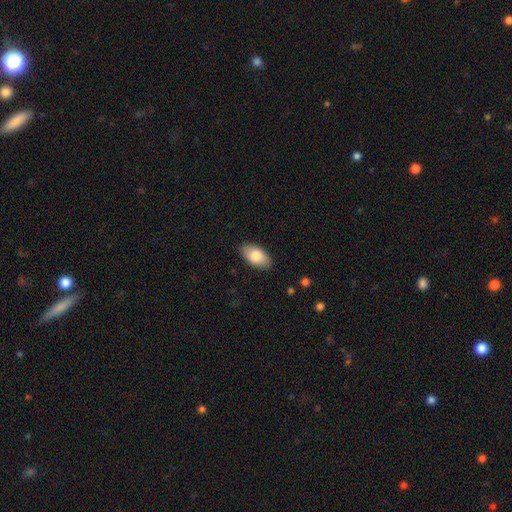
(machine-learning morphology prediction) A smooth galaxy with no disk features (83%) that is in between round and cigar-shaped (95%). Merging: none (86%).